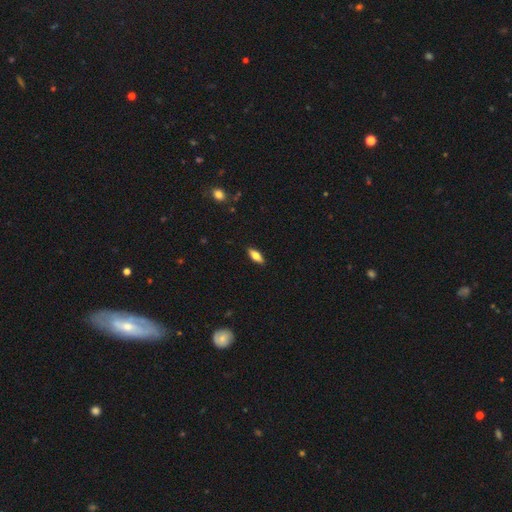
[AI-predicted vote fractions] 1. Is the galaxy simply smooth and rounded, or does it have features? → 66% smooth, 27% featured or disk, 7% star or artifact.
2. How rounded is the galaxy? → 70% in between, 28% cigar-shaped, 3% round.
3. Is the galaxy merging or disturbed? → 89% none, 8% minor disturbance, 2% major disturbance, 1% merger.